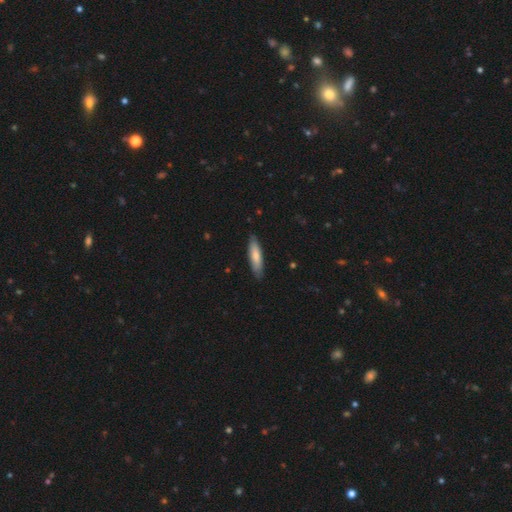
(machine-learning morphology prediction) smooth 74%, featured or disk 21%, star or artifact 5%. Down the decision tree: how rounded — cigar-shaped (70%); merging — none (85%).